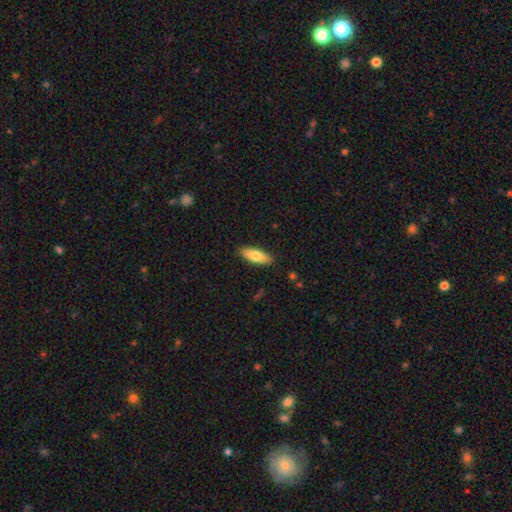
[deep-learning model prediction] Morphology: type=smooth (77%); roundness=in between (67%); merging=none (88%).